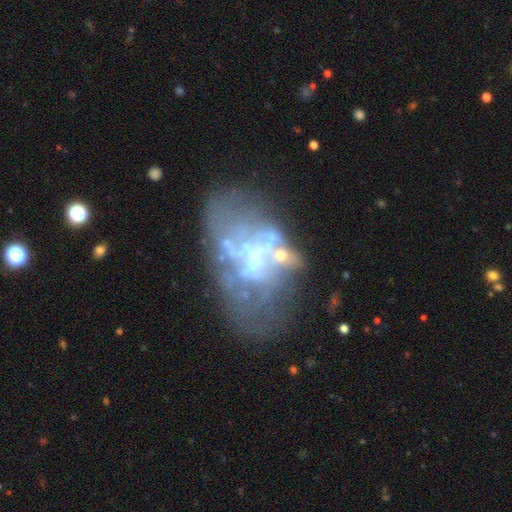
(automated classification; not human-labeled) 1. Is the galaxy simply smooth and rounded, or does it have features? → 69% featured or disk, 17% smooth, 14% star or artifact.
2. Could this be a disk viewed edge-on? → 97% no, 3% yes.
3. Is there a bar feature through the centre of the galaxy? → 84% no, 12% weak, 5% strong.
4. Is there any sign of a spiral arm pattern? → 84% no, 16% yes.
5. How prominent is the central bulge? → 62% none, 18% small, 15% moderate, 4% large, 2% dominant.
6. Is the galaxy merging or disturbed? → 34% none, 31% major disturbance, 18% minor disturbance, 16% merger.